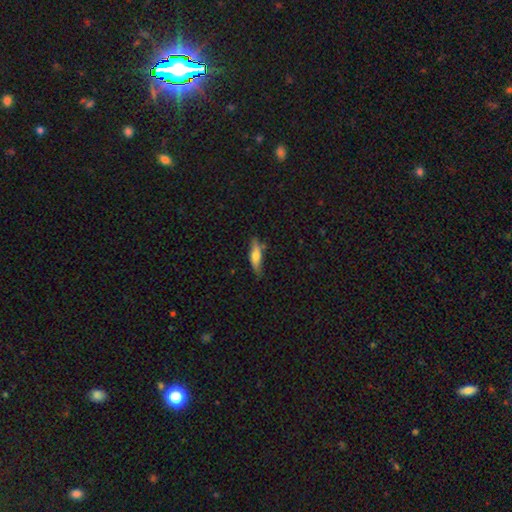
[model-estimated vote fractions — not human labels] Q: Smooth or featured?
A: smooth (61%); runner-up: featured or disk (33%)
Q: How rounded?
A: cigar-shaped (61%); runner-up: in between (36%)
Q: Merging?
A: none (74%); runner-up: minor disturbance (19%)